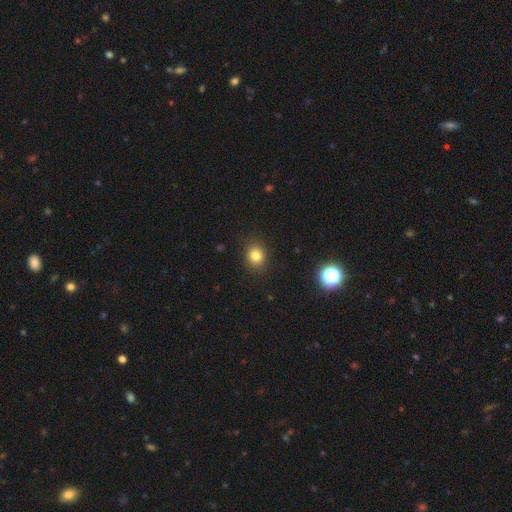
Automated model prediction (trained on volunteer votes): Smooth or featured: smooth — 81% (star or artifact — 13%)
How rounded: round — 67% (in between — 32%)
Merging: none — 88% (minor disturbance — 9%)